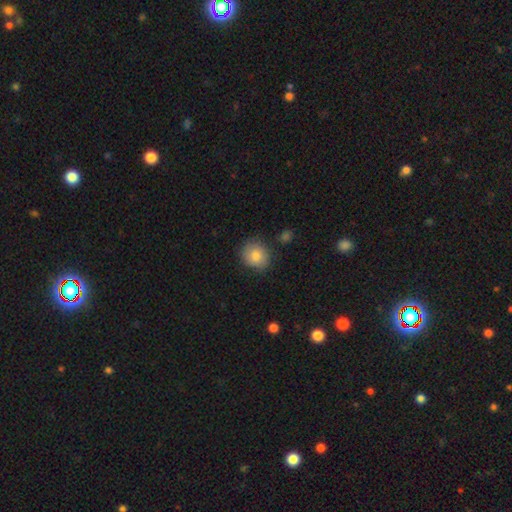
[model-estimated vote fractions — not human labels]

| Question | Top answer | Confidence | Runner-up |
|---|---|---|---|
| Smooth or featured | smooth | 82% | featured or disk (10%) |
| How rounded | round | 80% | in between (19%) |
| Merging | none | 77% | minor disturbance (16%) |